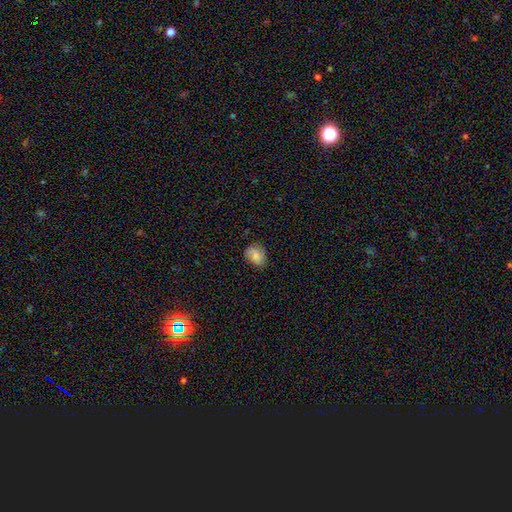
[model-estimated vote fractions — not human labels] A smooth galaxy with no disk features (71%) that is in between round and cigar-shaped (53%). Merging: none (72%).